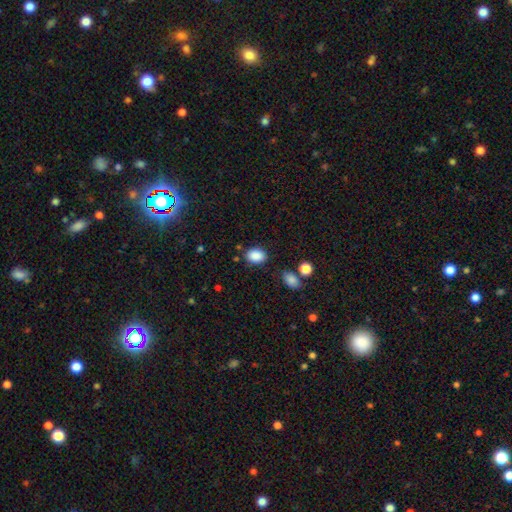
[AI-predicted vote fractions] smooth 88%, star or artifact 9%, featured or disk 4%. Down the decision tree: how rounded — in between (68%); merging — none (79%).